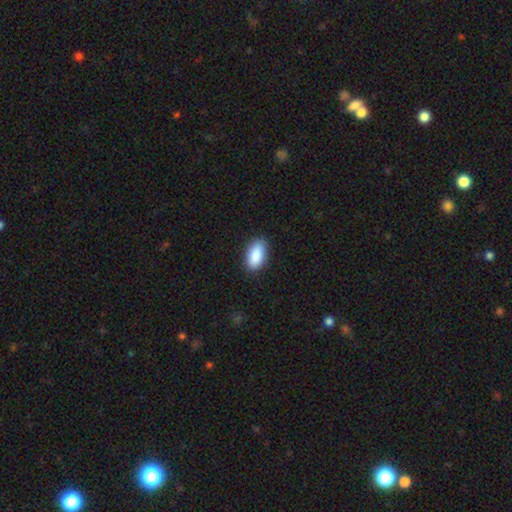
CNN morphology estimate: smooth 89%, star or artifact 6%, featured or disk 4%. Down the decision tree: how rounded — in between (92%); merging — none (85%).